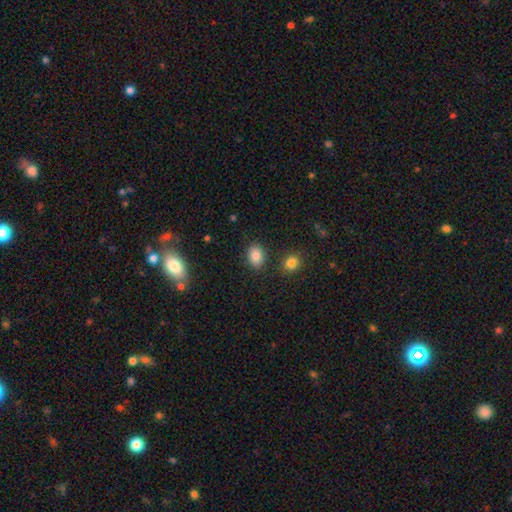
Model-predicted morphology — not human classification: smooth_or_featured: smooth (p=0.85) [alt: star or artifact p=0.10]
how_rounded: in between (p=0.71) [alt: round p=0.27]
merging: none (p=0.84) [alt: minor disturbance p=0.09]